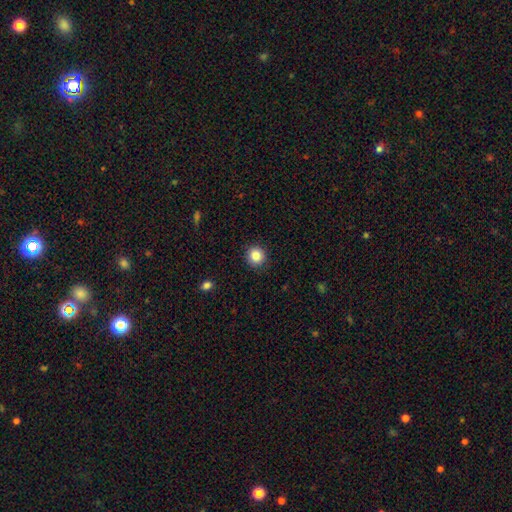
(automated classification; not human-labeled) smooth-or-featured: smooth: 84% | star or artifact: 10% | featured or disk: 6%
  how-rounded: round: 92% | in between: 7% | cigar-shaped: 1%
  merging: none: 91% | minor disturbance: 6% | major disturbance: 2% | merger: 1%